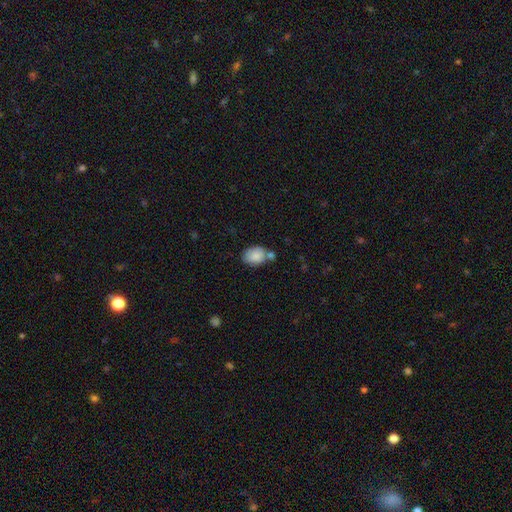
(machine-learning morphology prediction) This appears to be a smooth galaxy with no disk features (85%) that is in between round and cigar-shaped (74%). Merging: none (54%).